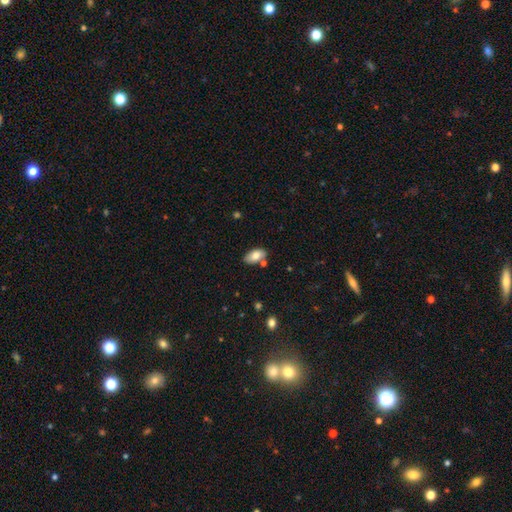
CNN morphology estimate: smooth_or_featured: smooth (p=0.77) [alt: featured or disk p=0.16]
how_rounded: in between (p=0.94) [alt: round p=0.04]
merging: none (p=0.75) [alt: minor disturbance p=0.14]